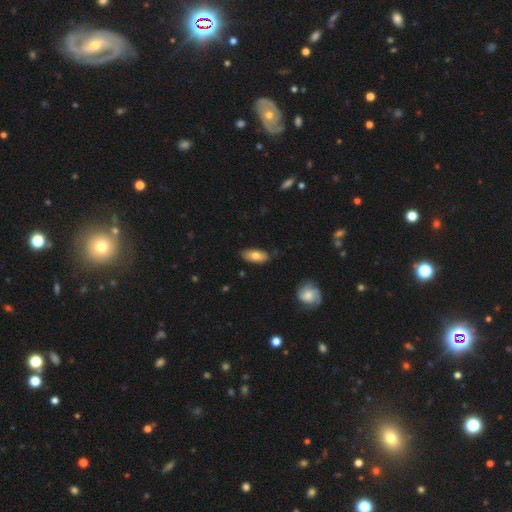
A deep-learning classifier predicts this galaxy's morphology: Q: Smooth or featured?
A: smooth (75%); runner-up: featured or disk (19%)
Q: How rounded?
A: in between (86%); runner-up: cigar-shaped (11%)
Q: Merging?
A: none (82%); runner-up: minor disturbance (14%)